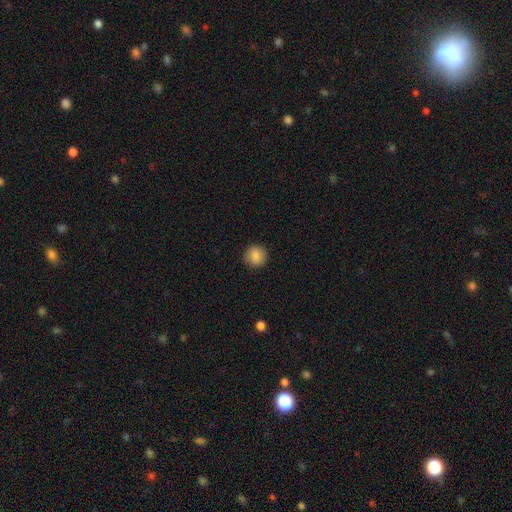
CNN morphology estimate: A smooth galaxy with no disk features (85%) that is round (91%).

Vote fractions:
- Smooth or featured? smooth: 85% / star or artifact: 8% / featured or disk: 6%
- How rounded? round: 91% / in between: 8% / cigar-shaped: 1%
- Merging? none: 89% / minor disturbance: 8% / major disturbance: 2% / merger: 1%